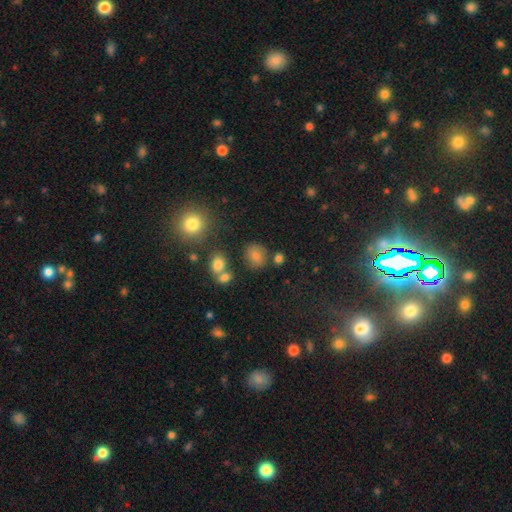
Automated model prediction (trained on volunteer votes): A smooth galaxy with no disk features (76%) that is round (70%). Merging: none (73%).